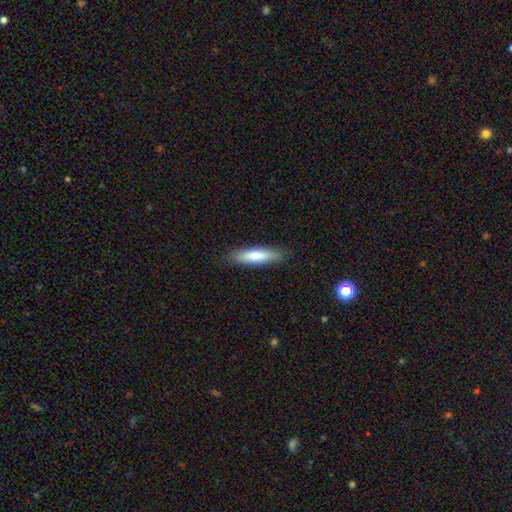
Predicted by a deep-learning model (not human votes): smooth 78%, featured or disk 16%, star or artifact 5%. Down the decision tree: how rounded — cigar-shaped (72%); merging — none (87%).